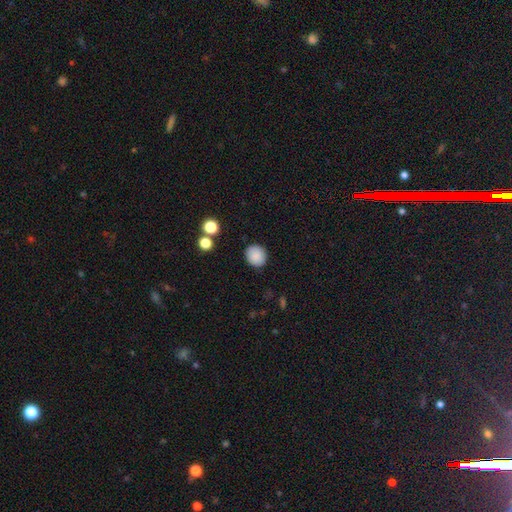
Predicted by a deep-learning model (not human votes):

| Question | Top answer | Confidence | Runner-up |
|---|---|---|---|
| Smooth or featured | smooth | 87% | star or artifact (9%) |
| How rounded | round | 80% | in between (19%) |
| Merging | none | 88% | minor disturbance (8%) |